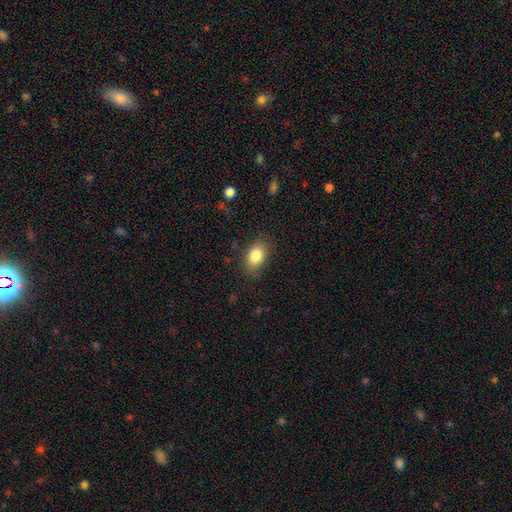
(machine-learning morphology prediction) smooth-or-featured: smooth: 84% | featured or disk: 8% | star or artifact: 8%
  how-rounded: in between: 86% | round: 13% | cigar-shaped: 2%
  merging: none: 80% | minor disturbance: 15% | major disturbance: 4% | merger: 1%